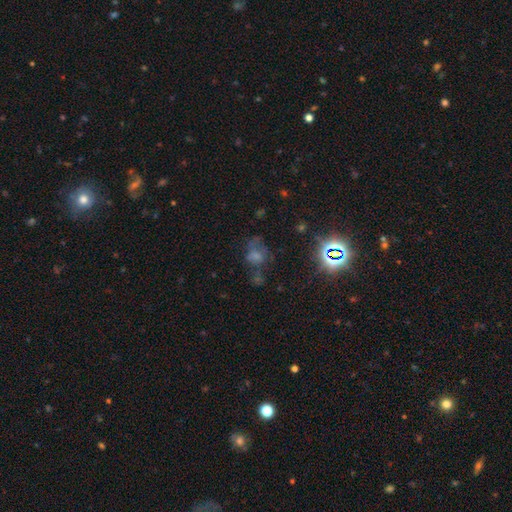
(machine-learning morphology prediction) Smooth or featured? star or artifact (38%, tied with smooth)